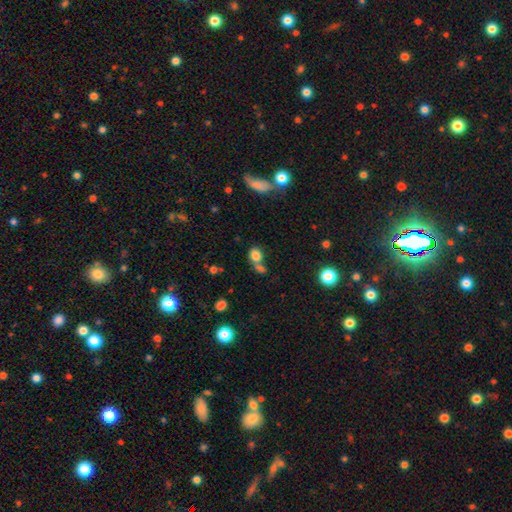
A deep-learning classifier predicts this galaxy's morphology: Smooth or featured? smooth (79%)
How rounded? round (53%)
Merging? none (42%, tied with merger)